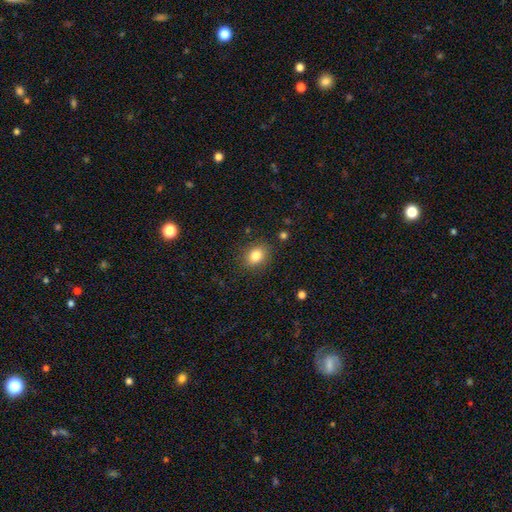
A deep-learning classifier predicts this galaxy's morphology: A smooth galaxy with no disk features (82%) that is in between round and cigar-shaped (51%). Merging: none (86%).